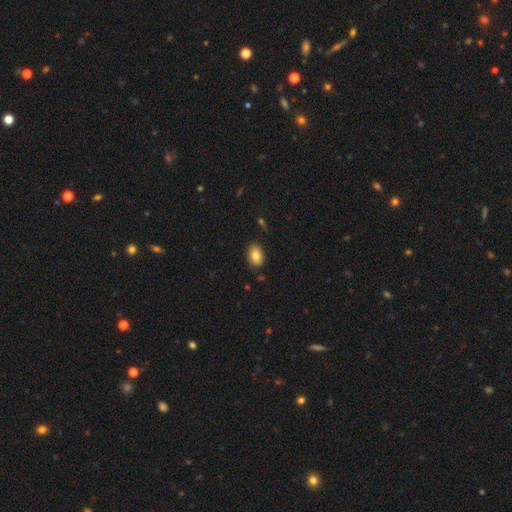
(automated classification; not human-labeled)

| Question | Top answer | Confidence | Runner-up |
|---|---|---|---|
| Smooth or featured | smooth | 82% | featured or disk (10%) |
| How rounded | in between | 80% | round (19%) |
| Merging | none | 84% | minor disturbance (12%) |